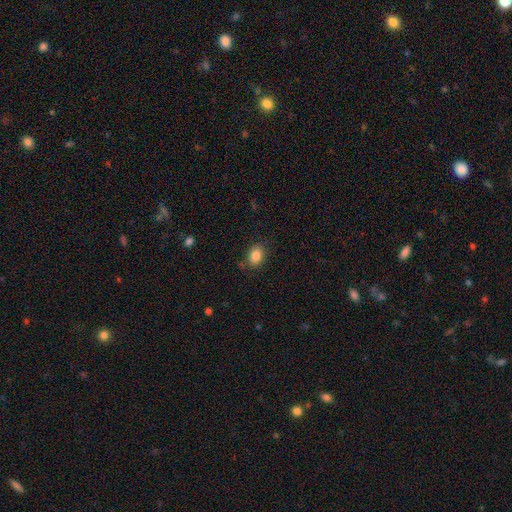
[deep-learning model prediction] A smooth galaxy with no disk features (85%) that is in between round and cigar-shaped (73%). Merging: none (83%).